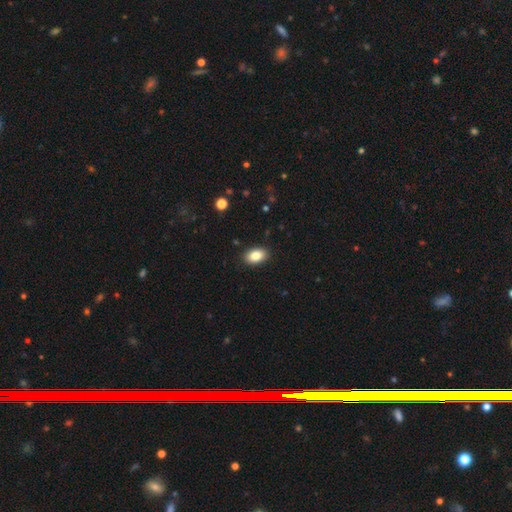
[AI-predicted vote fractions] Smooth or featured: smooth — 85% (star or artifact — 8%)
How rounded: in between — 90% (round — 9%)
Merging: none — 89% (minor disturbance — 8%)